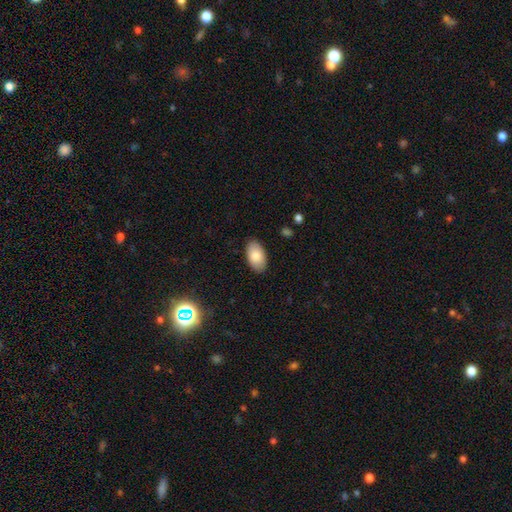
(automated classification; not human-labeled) Morphology: type=smooth (83%); roundness=in between (95%); merging=none (87%).